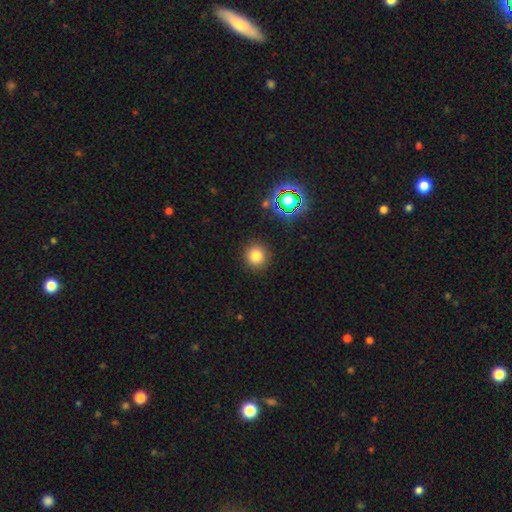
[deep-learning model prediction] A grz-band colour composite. It shows a smooth galaxy with no disk features (79%) that is round (91%). Merging: none (90%).